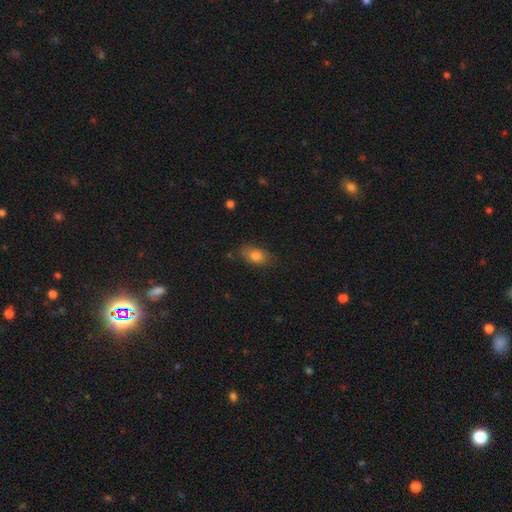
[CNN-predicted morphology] A smooth galaxy with no disk features (79%) that is in between round and cigar-shaped (85%).

Vote fractions:
- Smooth or featured? smooth: 79% / featured or disk: 12% / star or artifact: 9%
- How rounded? in between: 85% / round: 11% / cigar-shaped: 4%
- Merging? none: 75% / minor disturbance: 19% / major disturbance: 5% / merger: 2%